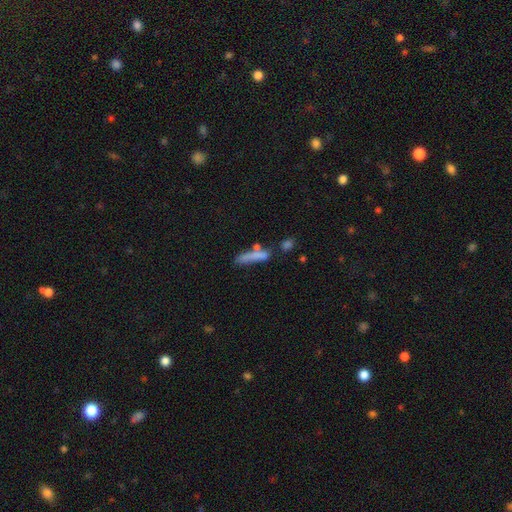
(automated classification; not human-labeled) Smooth or featured: smooth — 71% (featured or disk — 19%)
How rounded: cigar-shaped — 80% (in between — 17%)
Merging: none — 47% (merger — 21%)